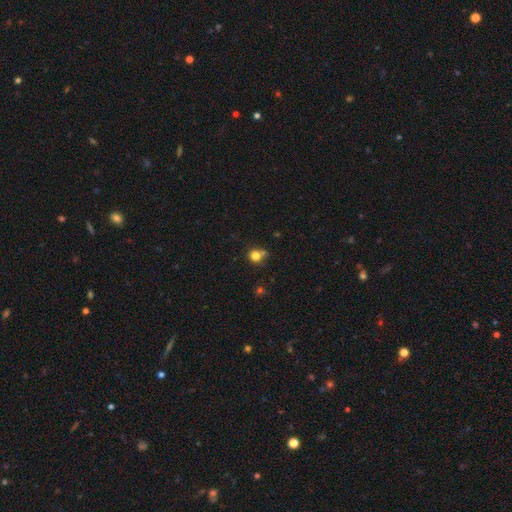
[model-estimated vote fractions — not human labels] Smooth or featured: smooth — 78% (star or artifact — 14%)
How rounded: round — 85% (in between — 14%)
Merging: none — 57% (merger — 19%)